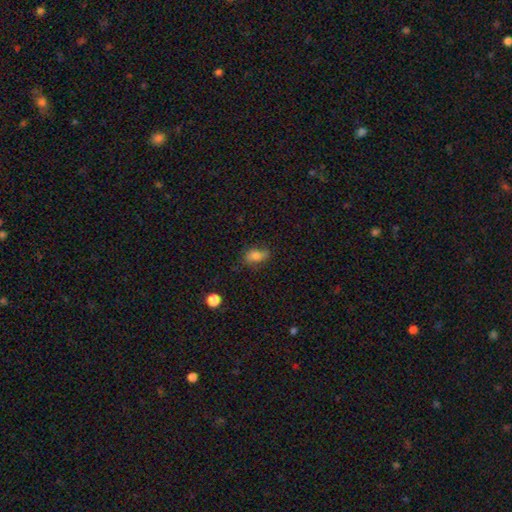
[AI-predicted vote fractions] The model was most divided on "merging": none: 67%, minor disturbance: 24%, major disturbance: 7%, merger: 2%. More confident: how rounded — in between (83%); smooth or featured — smooth (75%).